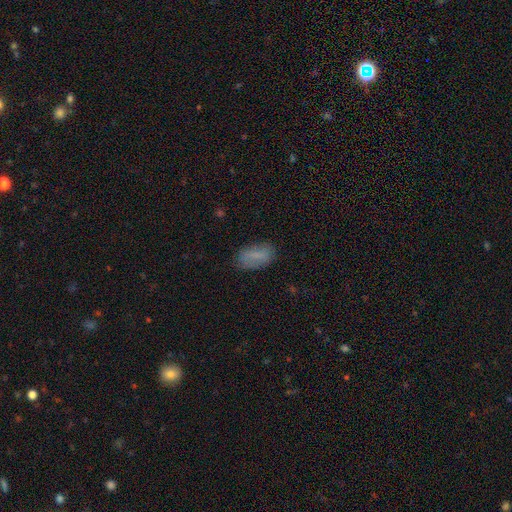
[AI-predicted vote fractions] A smooth galaxy with no disk features (74%) that is in between round and cigar-shaped (90%).

Vote fractions:
- Smooth or featured? smooth: 74% / featured or disk: 17% / star or artifact: 9%
- How rounded? in between: 90% / cigar-shaped: 6% / round: 4%
- Merging? none: 78% / minor disturbance: 16% / major disturbance: 5% / merger: 1%